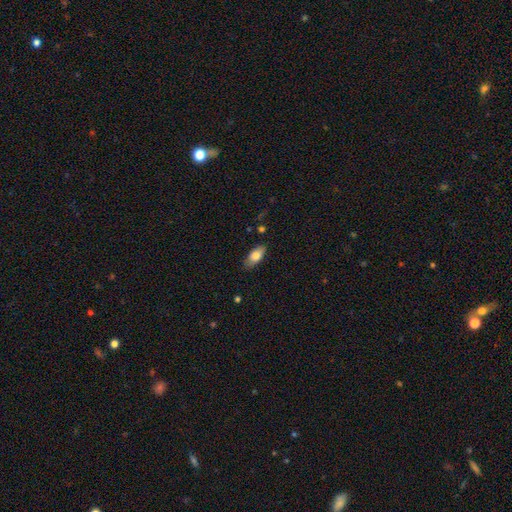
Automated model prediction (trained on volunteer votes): This is likely a smooth galaxy (80%). How rounded: clearly in between (87%). Merging: clearly none (81%).